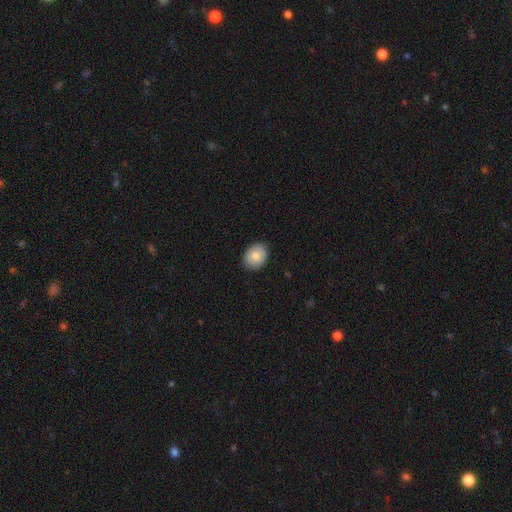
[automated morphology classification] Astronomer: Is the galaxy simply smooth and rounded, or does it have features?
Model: smooth — 78%.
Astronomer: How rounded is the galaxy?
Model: in between — 56% (runner-up: round, 43%).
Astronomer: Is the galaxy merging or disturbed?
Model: none — 88%.